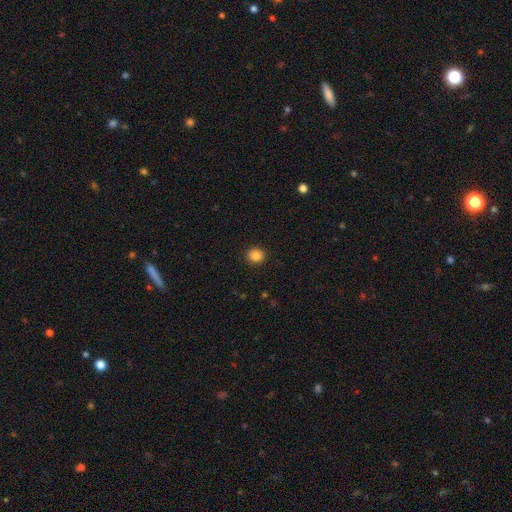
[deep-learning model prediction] This is clearly a smooth galaxy (86%). How rounded: clearly round (84%). Merging: clearly none (92%).